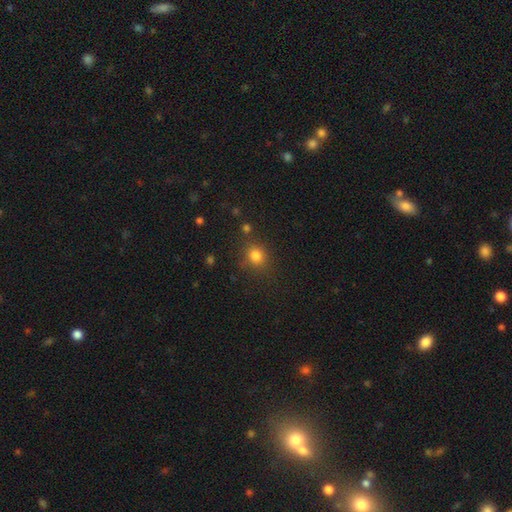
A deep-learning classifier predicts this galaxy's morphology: smooth 80%, star or artifact 14%, featured or disk 6%. Down the decision tree: how rounded — round (80%); merging — none (78%).